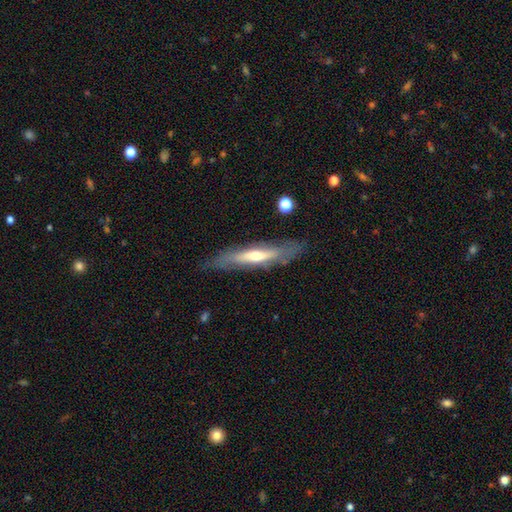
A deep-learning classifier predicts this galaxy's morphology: A featured or disk galaxy (58%) viewed edge-on (77%).

Vote fractions:
- Smooth or featured? featured or disk: 58% / smooth: 36% / star or artifact: 6%
- Edge-on disk? yes: 77% / no: 23%
- Merging? none: 78% / minor disturbance: 15% / major disturbance: 5% / merger: 2%